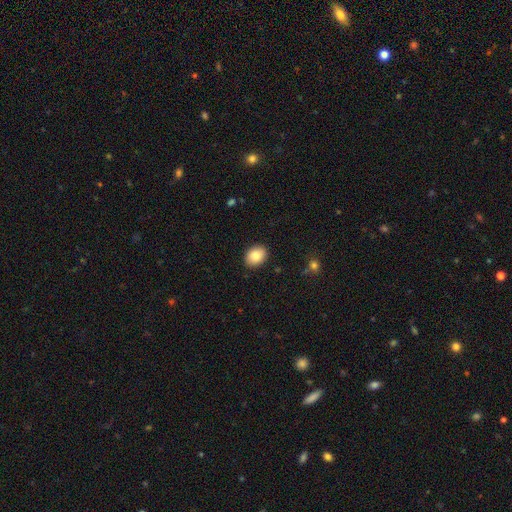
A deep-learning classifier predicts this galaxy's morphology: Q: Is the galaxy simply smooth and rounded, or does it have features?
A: smooth — 86%.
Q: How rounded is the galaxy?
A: in between — 68%.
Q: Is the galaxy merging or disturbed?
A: none — 89%.